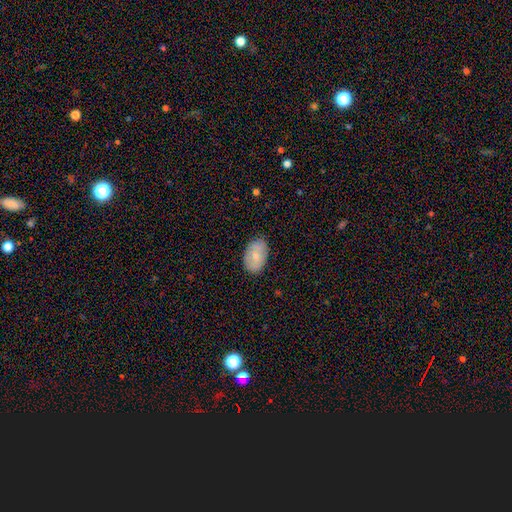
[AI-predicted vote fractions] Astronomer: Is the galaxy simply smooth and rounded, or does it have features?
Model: smooth — 71%.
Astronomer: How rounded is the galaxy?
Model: in between — 90%.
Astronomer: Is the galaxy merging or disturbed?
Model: none — 82%.